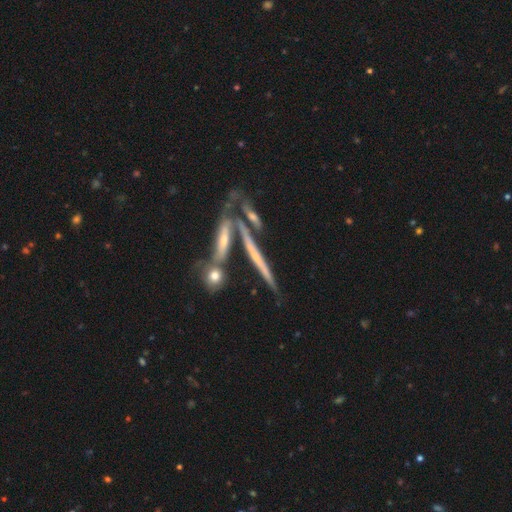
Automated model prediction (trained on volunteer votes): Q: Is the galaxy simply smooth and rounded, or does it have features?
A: featured or disk — 73%.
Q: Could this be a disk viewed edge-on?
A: yes — 82%.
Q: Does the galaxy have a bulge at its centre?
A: none — 61%.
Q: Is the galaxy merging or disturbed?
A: none — 54%.